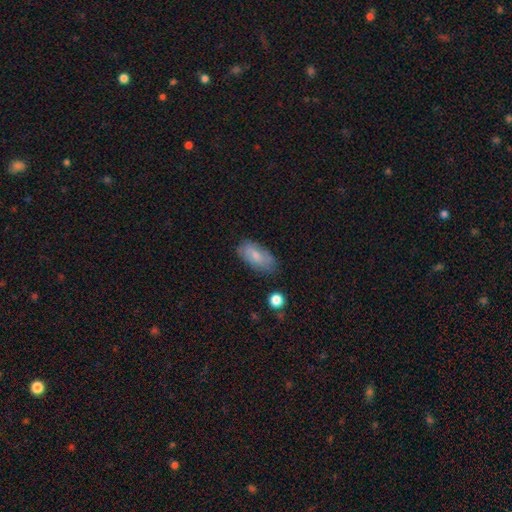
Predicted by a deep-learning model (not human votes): Smooth or featured?
  - smooth: 73% *
  - featured or disk: 20%
  - star or artifact: 7%
How rounded?
  - in between: 90% *
  - cigar-shaped: 7%
  - round: 3%
Merging?
  - none: 73% *
  - minor disturbance: 20%
  - major disturbance: 4%
  - merger: 2%